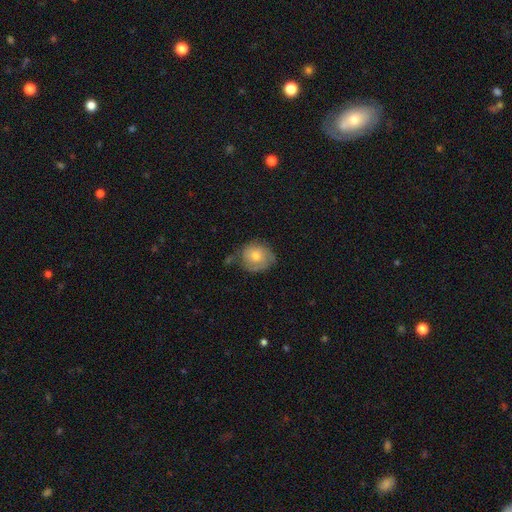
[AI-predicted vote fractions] Smooth or featured: smooth — 60% (featured or disk — 32%)
How rounded: round — 80% (in between — 19%)
Merging: none — 61% (minor disturbance — 28%)